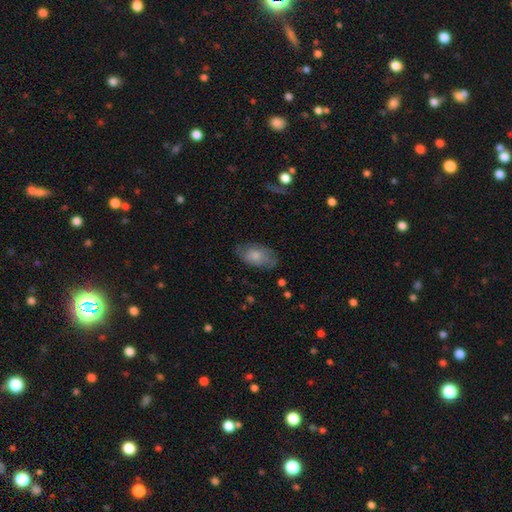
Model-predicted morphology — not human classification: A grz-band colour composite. It shows a smooth galaxy with no disk features (62%) that is in between round and cigar-shaped (92%). Merging: none (69%).